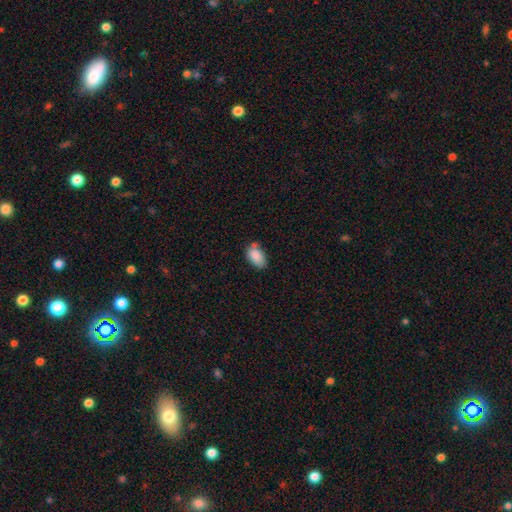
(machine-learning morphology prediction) smooth 87%, star or artifact 7%, featured or disk 6%. Down the decision tree: how rounded — in between (92%); merging — none (59%).